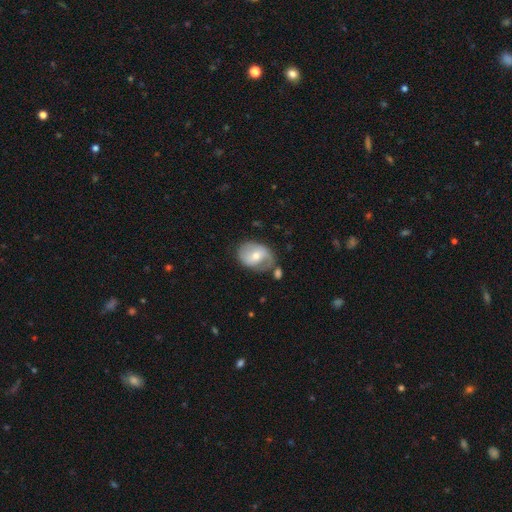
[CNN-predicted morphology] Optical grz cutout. It shows a featured or disk galaxy (56%) with no bar (44%), spiral arms (72%) and a moderate central bulge (54%). Merging: none (55%).